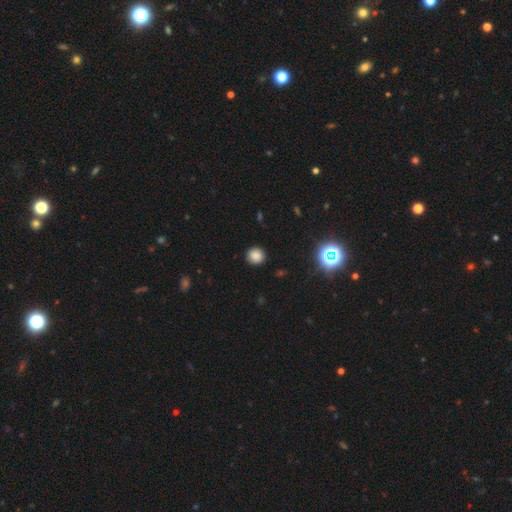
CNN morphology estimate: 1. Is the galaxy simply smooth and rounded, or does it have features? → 83% smooth, 13% star or artifact, 4% featured or disk.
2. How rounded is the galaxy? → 87% round, 12% in between, 1% cigar-shaped.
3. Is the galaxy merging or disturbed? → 90% none, 6% minor disturbance, 2% major disturbance, 1% merger.